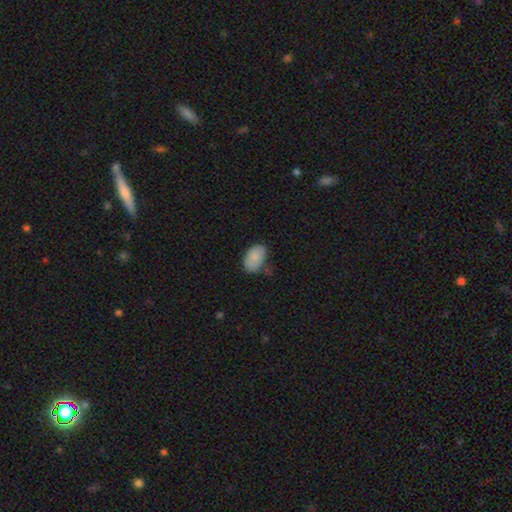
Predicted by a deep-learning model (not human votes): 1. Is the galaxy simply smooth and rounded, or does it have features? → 87% smooth, 7% star or artifact, 6% featured or disk.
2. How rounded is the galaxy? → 91% in between, 8% round, 1% cigar-shaped.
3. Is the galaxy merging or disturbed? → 59% none, 29% minor disturbance, 8% major disturbance, 5% merger.